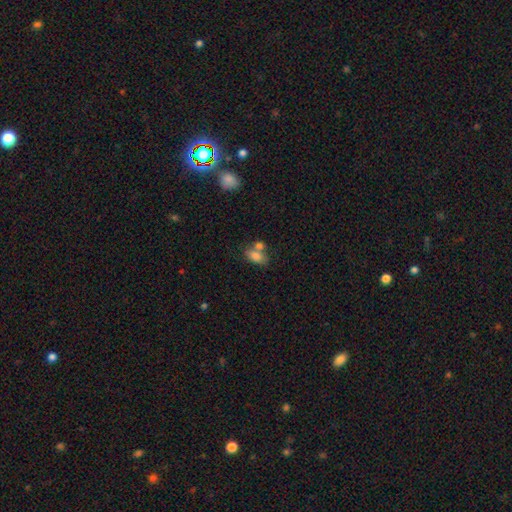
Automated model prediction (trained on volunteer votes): A smooth galaxy with no disk features (79%) that is in between round and cigar-shaped (88%).

Vote fractions:
- Smooth or featured? smooth: 79% / featured or disk: 12% / star or artifact: 9%
- How rounded? in between: 88% / round: 9% / cigar-shaped: 3%
- Merging? none: 42% / merger: 39% / minor disturbance: 13% / major disturbance: 5%